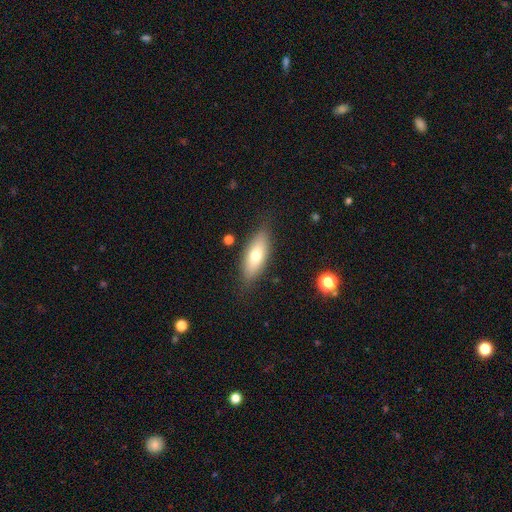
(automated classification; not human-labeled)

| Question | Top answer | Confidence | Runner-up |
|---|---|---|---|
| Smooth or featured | smooth | 67% | featured or disk (26%) |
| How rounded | in between | 69% | cigar-shaped (29%) |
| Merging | none | 81% | minor disturbance (13%) |